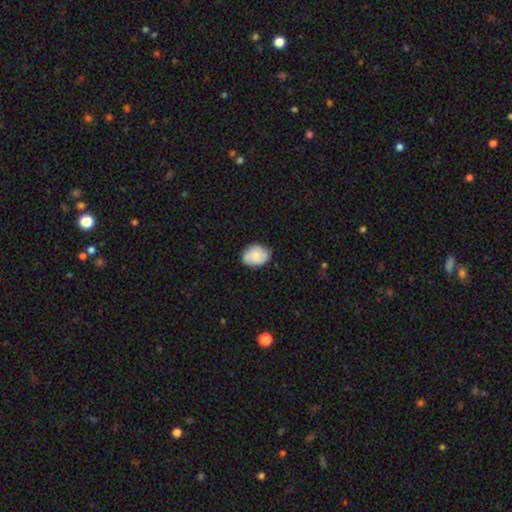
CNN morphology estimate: Smooth or featured?
  - smooth: 72% *
  - featured or disk: 21%
  - star or artifact: 7%
How rounded?
  - in between: 63% *
  - round: 36%
  - cigar-shaped: 1%
Merging?
  - none: 76% *
  - minor disturbance: 20%
  - major disturbance: 3%
  - merger: 1%